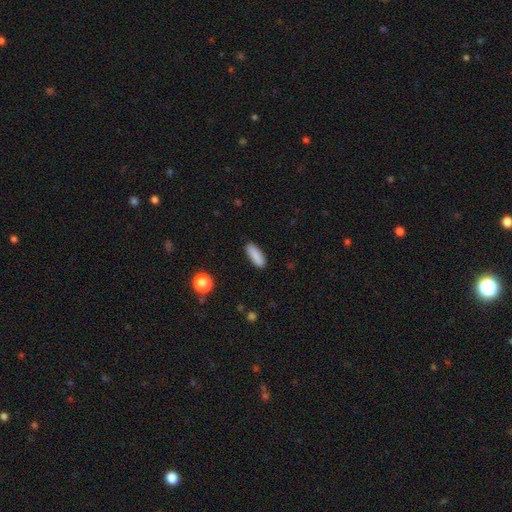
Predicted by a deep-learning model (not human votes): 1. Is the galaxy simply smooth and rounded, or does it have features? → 88% smooth, 7% star or artifact, 5% featured or disk.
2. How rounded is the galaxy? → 56% in between, 42% cigar-shaped, 2% round.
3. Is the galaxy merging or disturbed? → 87% none, 10% minor disturbance, 2% major disturbance, 1% merger.